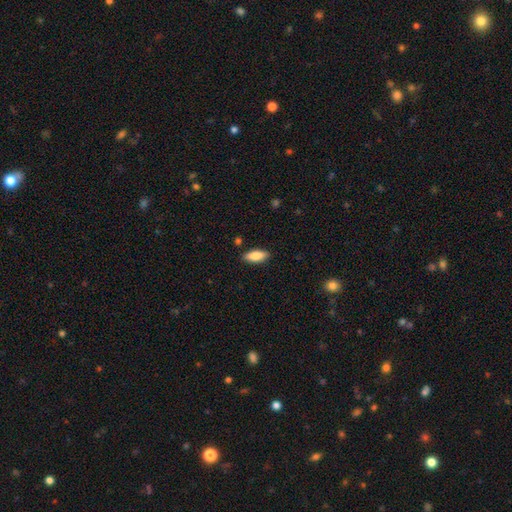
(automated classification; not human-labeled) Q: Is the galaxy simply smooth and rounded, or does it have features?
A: smooth — 84%.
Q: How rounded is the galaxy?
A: in between — 80%.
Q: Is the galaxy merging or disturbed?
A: none — 87%.